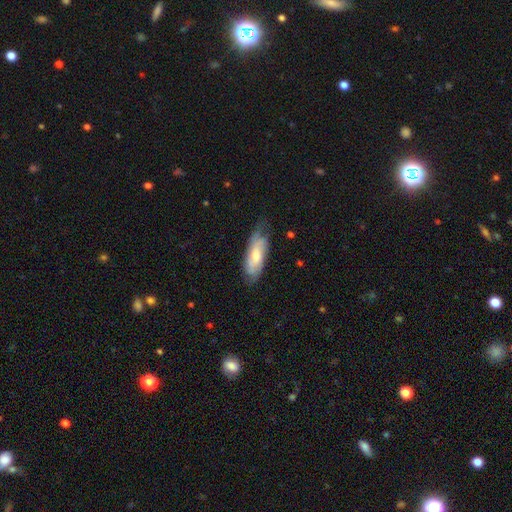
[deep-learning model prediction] Overall: featured or disk (49%; smooth 45%). Merging: none (61%; minor disturbance 28%).